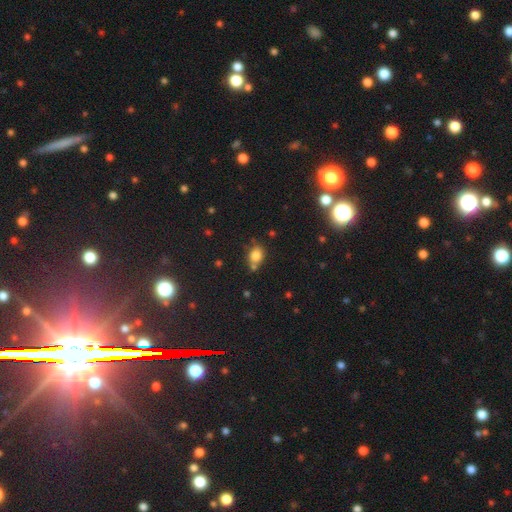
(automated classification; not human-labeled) This is likely a smooth galaxy (79%). How rounded: possibly round (52%). Merging: possibly none (57%).